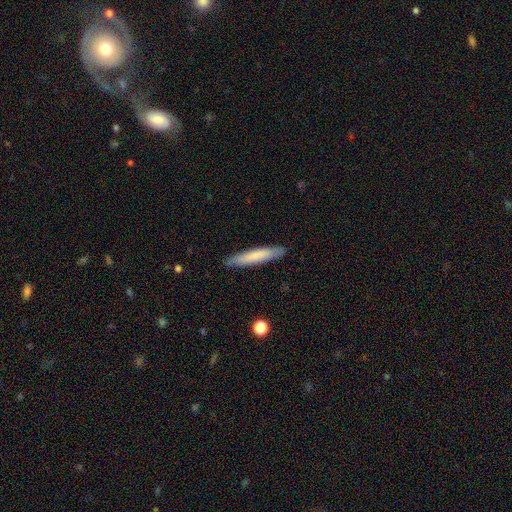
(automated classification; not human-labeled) This appears to be a smooth galaxy with no disk features (73%) that is cigar-shaped (91%). Merging: none (88%).